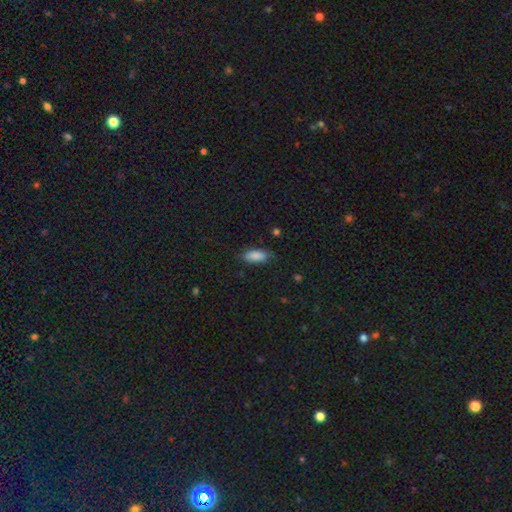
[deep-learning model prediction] Smooth or featured: smooth — 87% (star or artifact — 7%)
How rounded: in between — 85% (cigar-shaped — 13%)
Merging: none — 77% (minor disturbance — 18%)